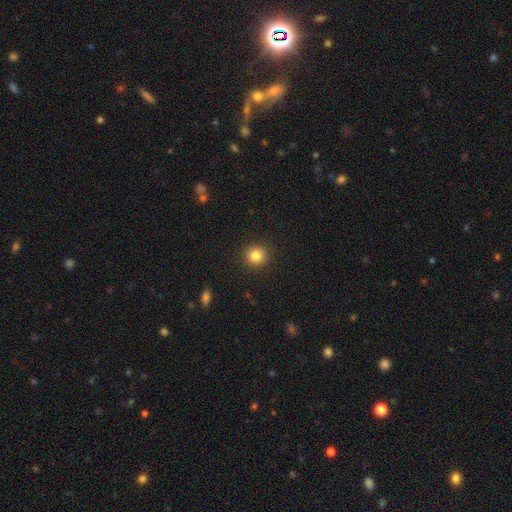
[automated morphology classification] type=smooth (83%); roundness=round (93%); merging=none (92%).